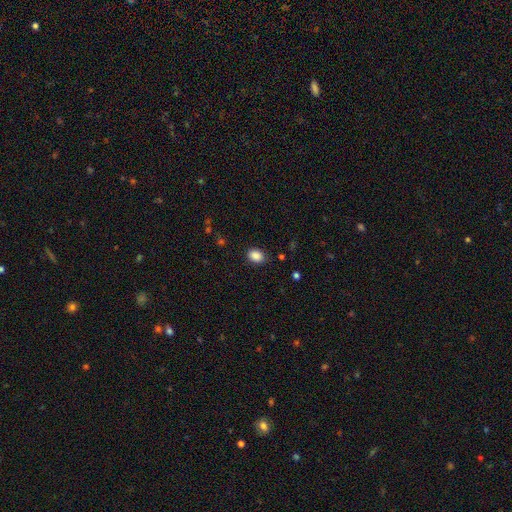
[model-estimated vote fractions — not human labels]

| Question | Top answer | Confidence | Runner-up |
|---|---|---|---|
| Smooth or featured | smooth | 88% | star or artifact (9%) |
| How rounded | in between | 68% | round (31%) |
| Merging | none | 86% | minor disturbance (10%) |